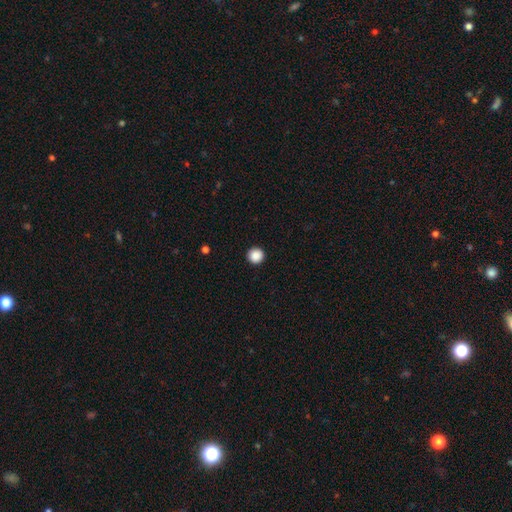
smooth 90%, star or artifact 8%, featured or disk 2%. Down the decision tree: how rounded — round (97%); merging — none (92%).